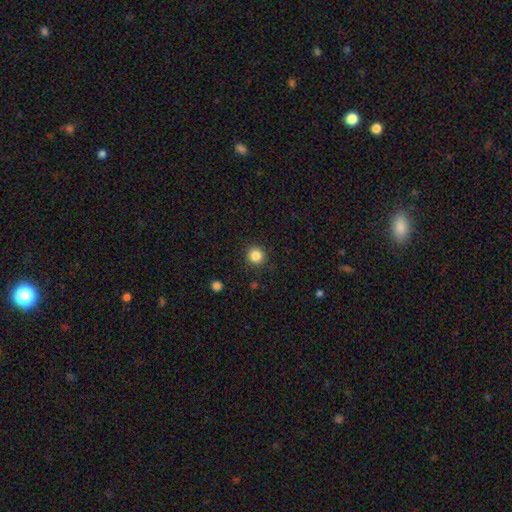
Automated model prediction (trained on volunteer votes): Smooth or featured? Predicted: smooth (p=0.85). How rounded? Predicted: round (p=0.93). Merging? Predicted: none (p=0.91).